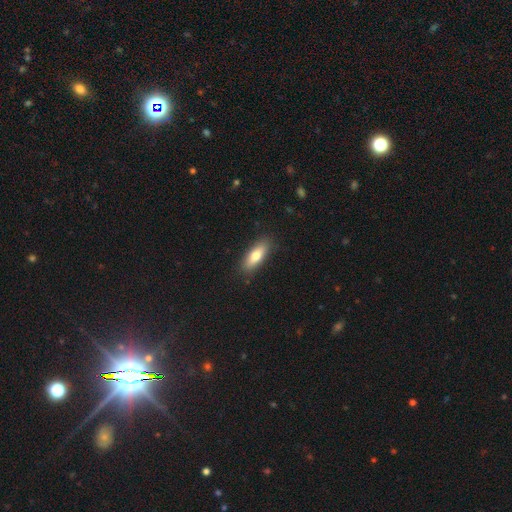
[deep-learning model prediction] smooth 75%, featured or disk 19%, star or artifact 6%. Down the decision tree: how rounded — in between (65%); merging — none (88%).